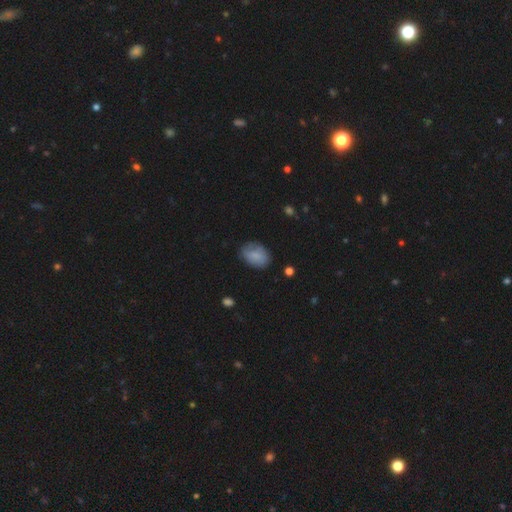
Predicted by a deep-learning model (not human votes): A smooth galaxy with no disk features (78%) that is in between round and cigar-shaped (78%). Merging: none (70%).